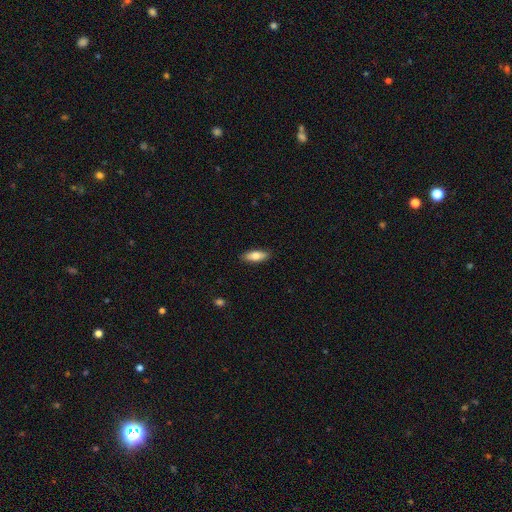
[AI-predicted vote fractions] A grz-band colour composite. It shows a smooth galaxy with no disk features (78%) that is in between round and cigar-shaped (69%). Merging: none (89%).